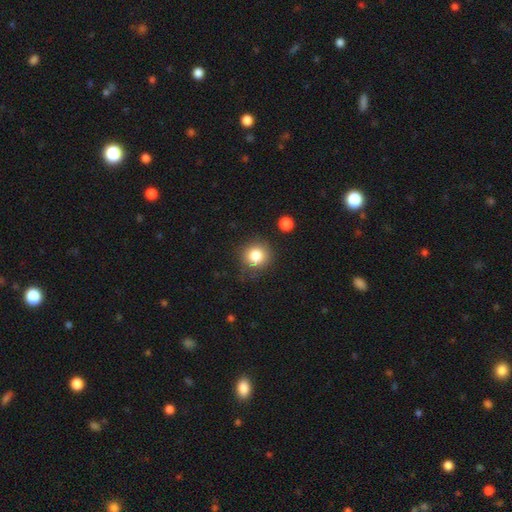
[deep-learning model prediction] A smooth galaxy with no disk features (81%) that is round (91%).

Vote fractions:
- Smooth or featured? smooth: 81% / star or artifact: 11% / featured or disk: 7%
- How rounded? round: 91% / in between: 8% / cigar-shaped: 1%
- Merging? none: 82% / minor disturbance: 12% / major disturbance: 4% / merger: 3%